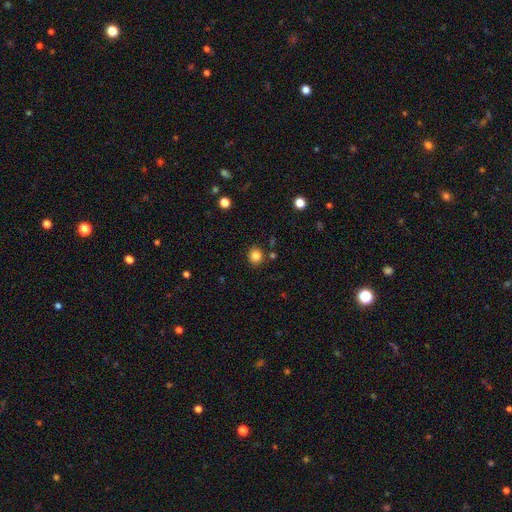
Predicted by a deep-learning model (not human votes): Overall: smooth (84%). How rounded: round (84%). Merging: none (86%).